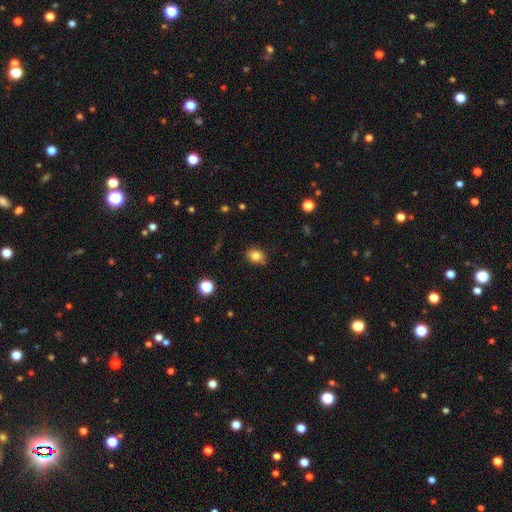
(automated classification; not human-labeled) A smooth galaxy with no disk features (81%) that is in between round and cigar-shaped (52%). Merging: none (78%).